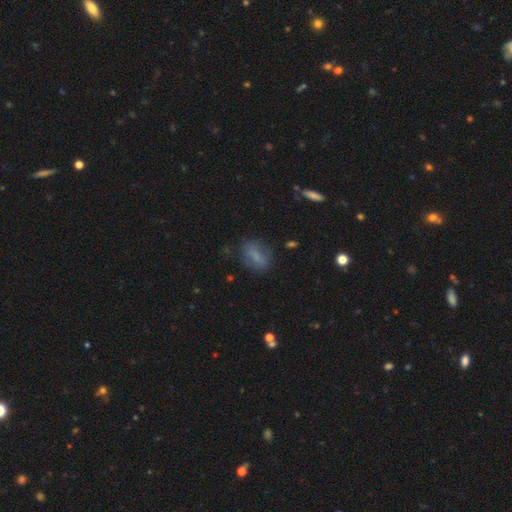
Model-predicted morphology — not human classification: This is likely a smooth galaxy (66%). How rounded: likely in between (76%). Merging: likely none (68%).